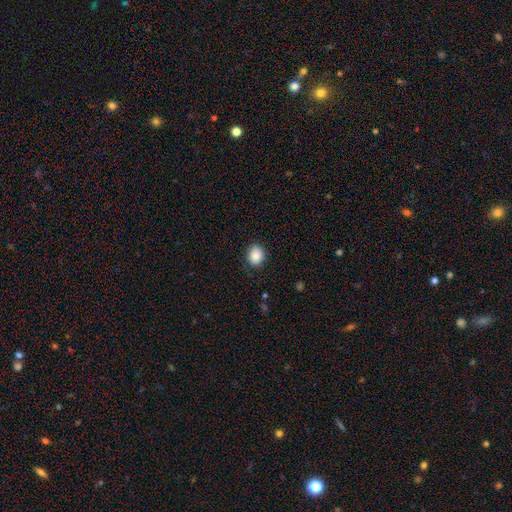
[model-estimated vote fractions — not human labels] smooth 87%, star or artifact 8%, featured or disk 4%. Down the decision tree: how rounded — round (58%); merging — none (85%).